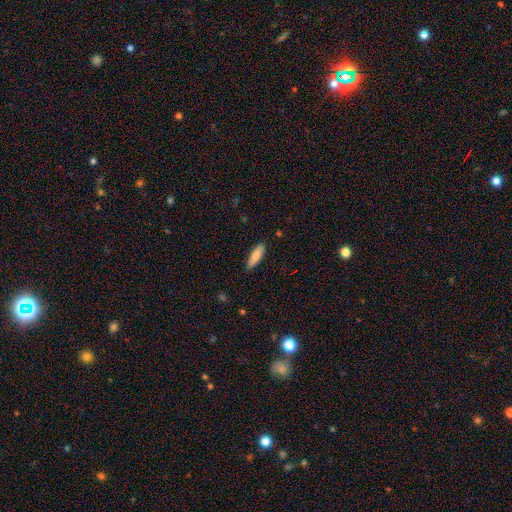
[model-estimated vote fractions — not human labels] Overall: smooth (78%). How rounded: cigar-shaped (51%; in between 47%). Merging: none (84%).